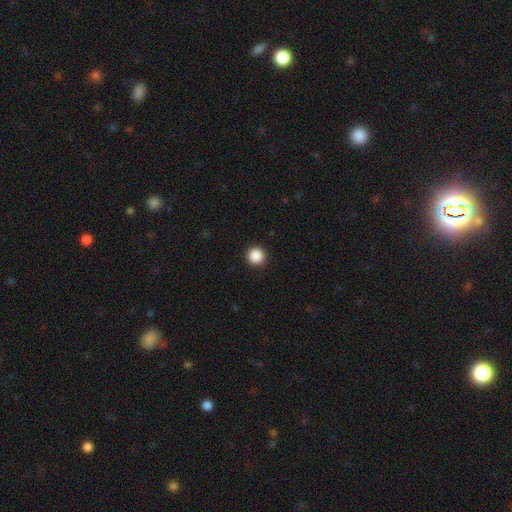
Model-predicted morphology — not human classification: Smooth or featured? smooth (88%)
How rounded? round (96%)
Merging? none (93%)